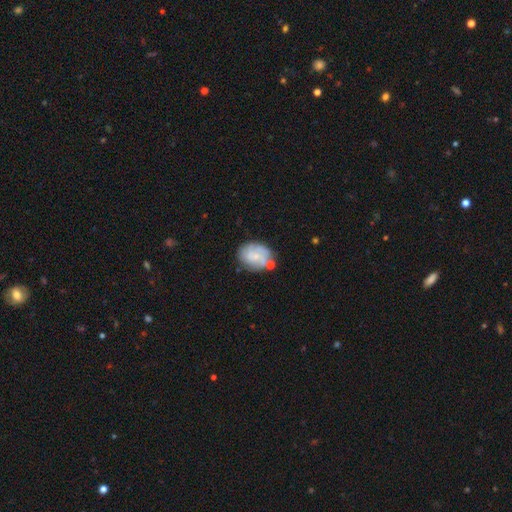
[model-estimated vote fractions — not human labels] Smooth or featured: featured or disk — 57% (smooth — 35%)
Edge-on disk: no — 98% (yes — 2%)
Bar: no — 72% (weak — 25%)
Spiral arms: yes — 81% (no — 19%)
Bulge size: small — 67% (moderate — 19%)
Merging: none — 63% (minor disturbance — 21%)